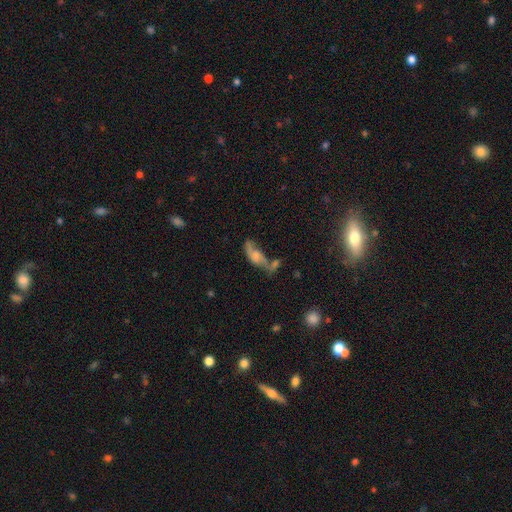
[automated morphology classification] Smooth or featured? Predicted: featured or disk (p=0.45, tied with smooth). Merging? Predicted: merger (p=0.36).